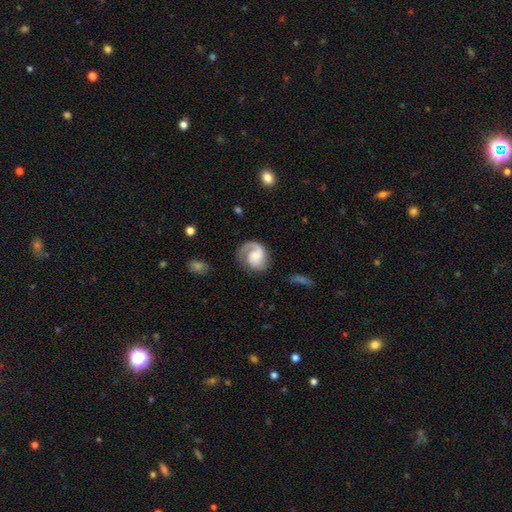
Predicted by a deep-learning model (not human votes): A featured or disk galaxy (76%) with no bar (63%), 1 (61%) medium (41%) spiral arms (95%) and no central bulge (30%). Merging: none (62%).